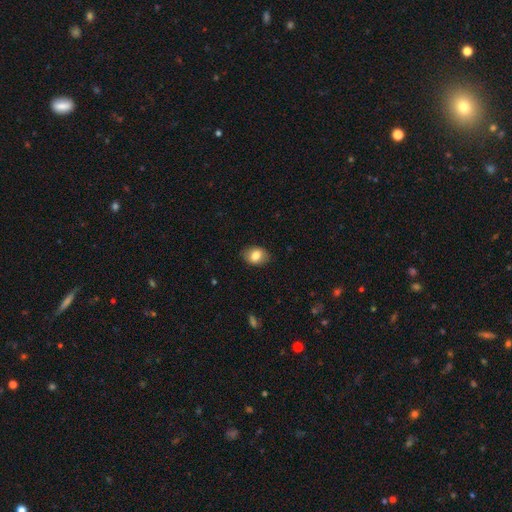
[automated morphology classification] The model was most divided on "how rounded": in between: 70%, round: 29%, cigar-shaped: 1%. More confident: merging — none (86%); smooth or featured — smooth (81%).